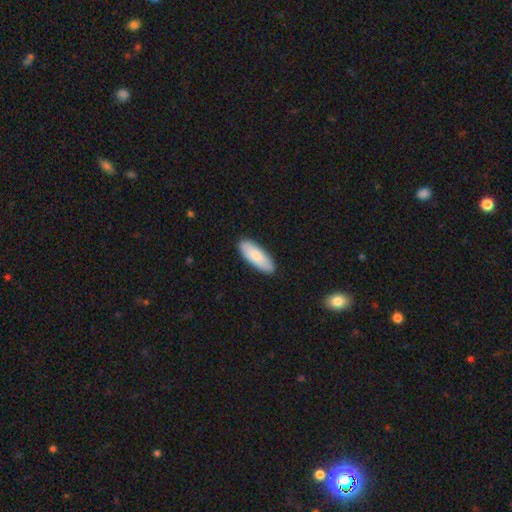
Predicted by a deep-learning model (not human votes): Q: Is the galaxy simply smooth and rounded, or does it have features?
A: smooth — 84%.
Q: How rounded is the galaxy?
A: in between — 70%.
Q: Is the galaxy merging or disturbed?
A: none — 89%.